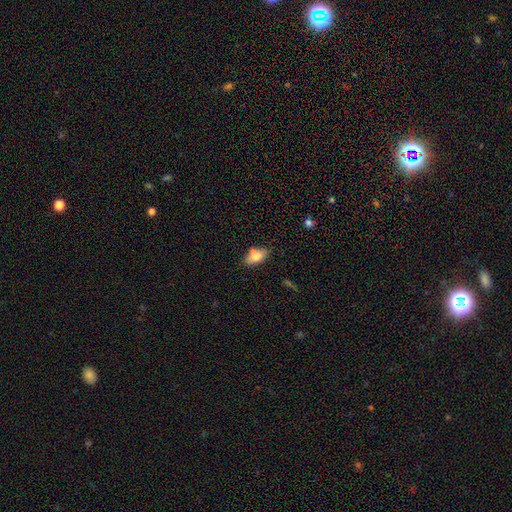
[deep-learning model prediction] A smooth galaxy with no disk features (77%) that is in between round and cigar-shaped (89%). Merging: none (63%).